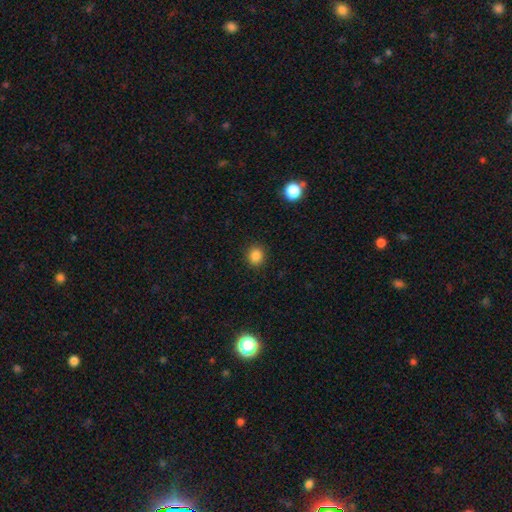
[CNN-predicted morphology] Smooth or featured?
  - smooth: 85% *
  - star or artifact: 11%
  - featured or disk: 3%
How rounded?
  - round: 79% *
  - in between: 20%
  - cigar-shaped: 1%
Merging?
  - none: 90% *
  - minor disturbance: 6%
  - major disturbance: 2%
  - merger: 1%